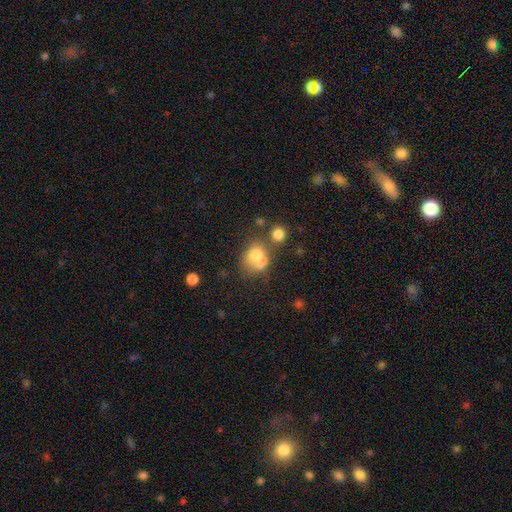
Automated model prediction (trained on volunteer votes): Smooth or featured?
  - smooth: 67% *
  - featured or disk: 20%
  - star or artifact: 14%
How rounded?
  - round: 61% *
  - in between: 38%
  - cigar-shaped: 1%
Merging?
  - merger: 42% *
  - none: 37%
  - minor disturbance: 13%
  - major disturbance: 8%